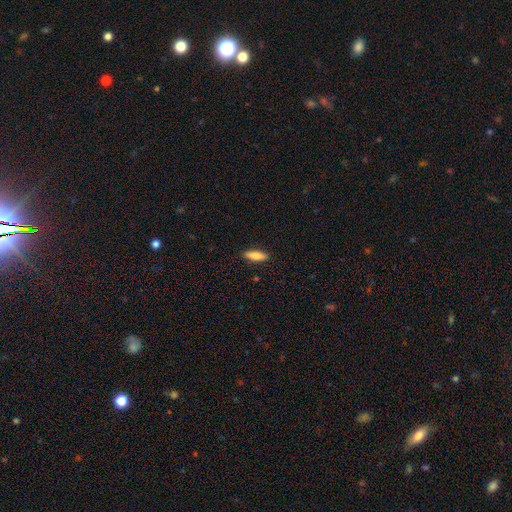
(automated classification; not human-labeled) Smooth or featured? smooth (78%)
How rounded? in between (51%)
Merging? none (90%)